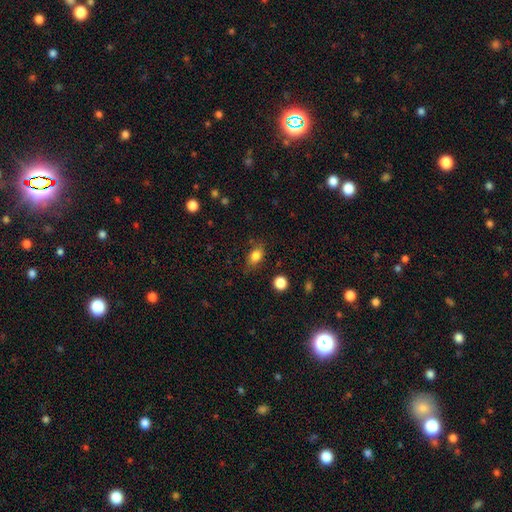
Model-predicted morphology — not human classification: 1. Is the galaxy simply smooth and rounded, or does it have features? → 82% smooth, 9% featured or disk, 9% star or artifact.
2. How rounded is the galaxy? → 81% in between, 15% round, 4% cigar-shaped.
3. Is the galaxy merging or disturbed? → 76% none, 18% minor disturbance, 4% major disturbance, 2% merger.